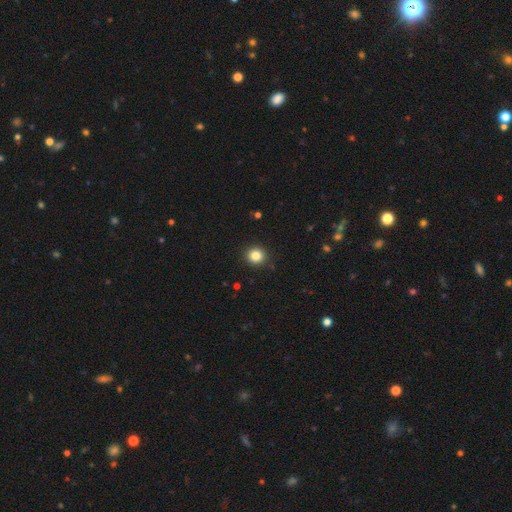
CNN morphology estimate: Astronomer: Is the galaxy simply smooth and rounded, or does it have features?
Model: smooth — 84%.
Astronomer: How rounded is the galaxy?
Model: round — 91%.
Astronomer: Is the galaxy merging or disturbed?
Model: none — 92%.